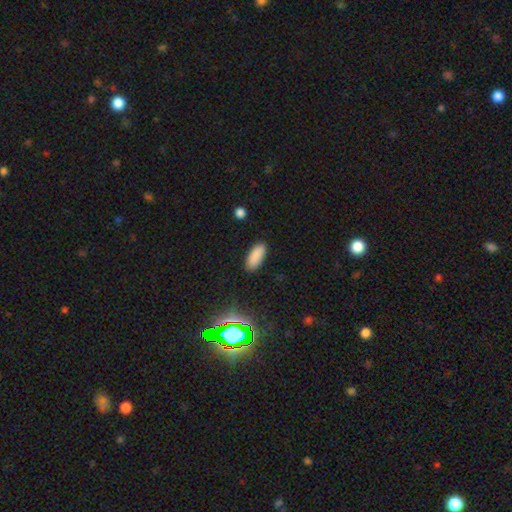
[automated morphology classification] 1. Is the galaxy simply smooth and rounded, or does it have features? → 86% smooth, 9% star or artifact, 4% featured or disk.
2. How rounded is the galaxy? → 82% in between, 16% cigar-shaped, 2% round.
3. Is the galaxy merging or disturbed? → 88% none, 8% minor disturbance, 2% major disturbance, 1% merger.